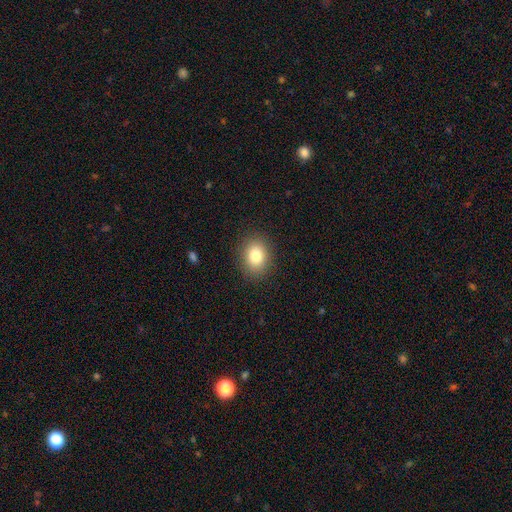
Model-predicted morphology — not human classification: Smooth or featured: smooth — 82% (star or artifact — 10%)
How rounded: in between — 55% (round — 44%)
Merging: none — 88% (minor disturbance — 8%)